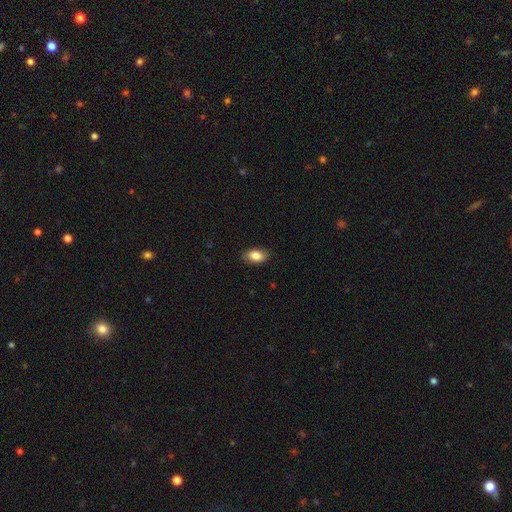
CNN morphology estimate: This is clearly a smooth galaxy (85%). How rounded: clearly in between (91%). Merging: clearly none (86%).